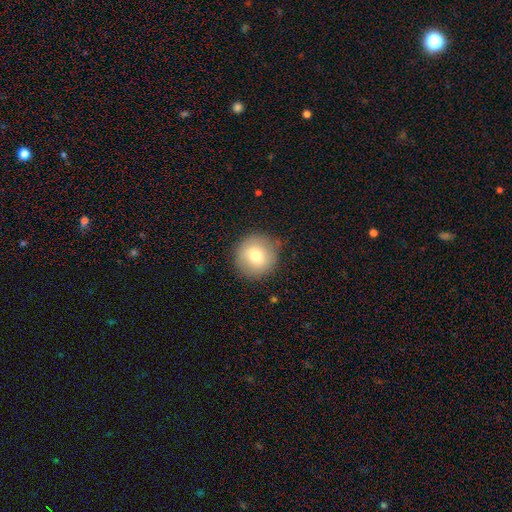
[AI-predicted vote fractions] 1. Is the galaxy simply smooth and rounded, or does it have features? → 73% smooth, 18% featured or disk, 9% star or artifact.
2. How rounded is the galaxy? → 94% round, 5% in between, 1% cigar-shaped.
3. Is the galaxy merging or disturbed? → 84% none, 12% minor disturbance, 3% major disturbance, 1% merger.